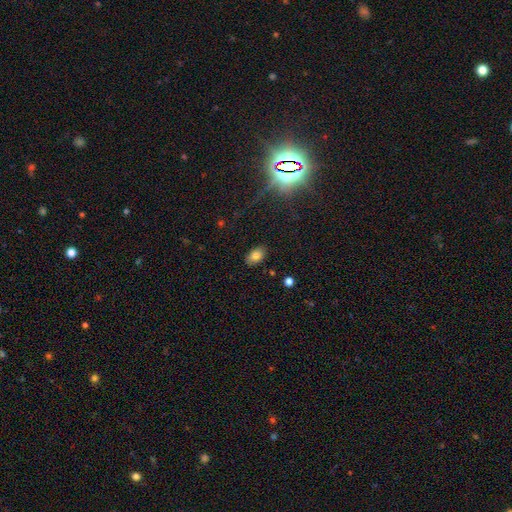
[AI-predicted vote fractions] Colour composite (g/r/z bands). It shows a smooth galaxy with no disk features (79%) that is in between round and cigar-shaped (91%). Merging: none (86%).